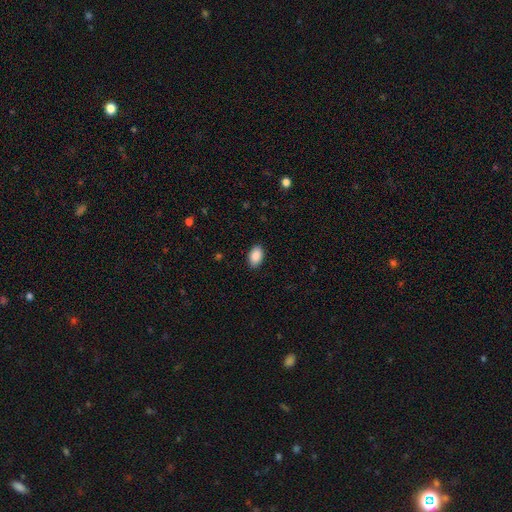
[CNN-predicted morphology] smooth-or-featured: smooth: 90% | star or artifact: 7% | featured or disk: 3%
  how-rounded: in between: 92% | round: 7% | cigar-shaped: 1%
  merging: none: 89% | minor disturbance: 8% | major disturbance: 2% | merger: 1%